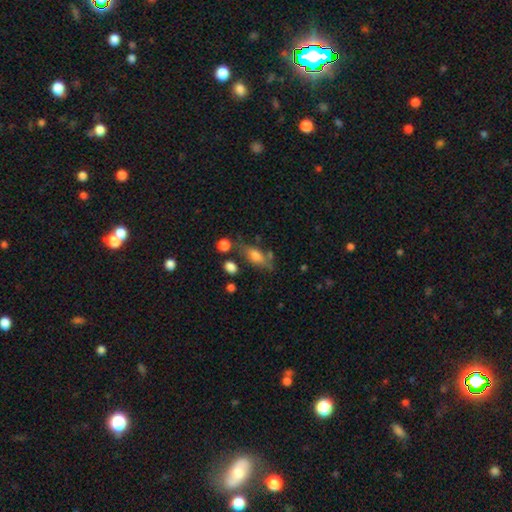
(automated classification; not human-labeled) Smooth or featured?
  - smooth: 64% *
  - featured or disk: 27%
  - star or artifact: 10%
How rounded?
  - in between: 73% *
  - cigar-shaped: 21%
  - round: 6%
Merging?
  - none: 57% *
  - minor disturbance: 21%
  - merger: 11%
  - major disturbance: 10%